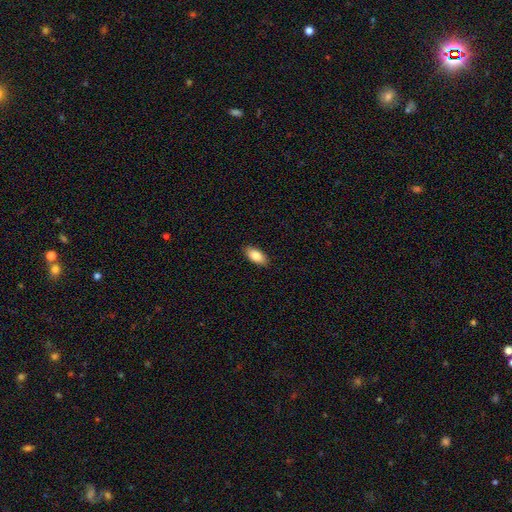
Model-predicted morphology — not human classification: This appears to be a smooth galaxy with no disk features (84%) that is in between round and cigar-shaped (90%). Merging: none (89%).